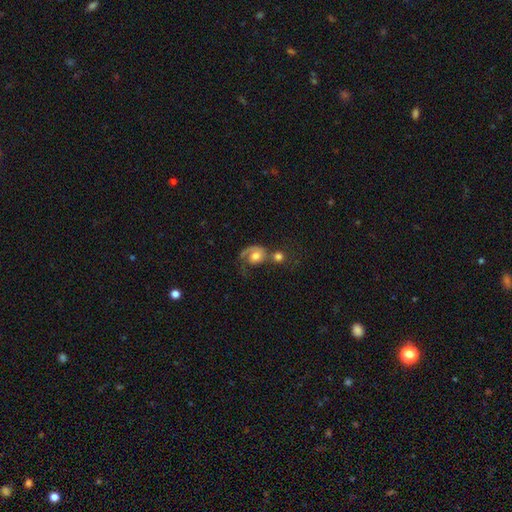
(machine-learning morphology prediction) Smooth or featured? featured or disk (57%)
Edge-on disk? no (97%)
Bar? no (77%)
Spiral arms? yes (84%)
Bulge size? moderate (54%)
Merging? merger (42%)